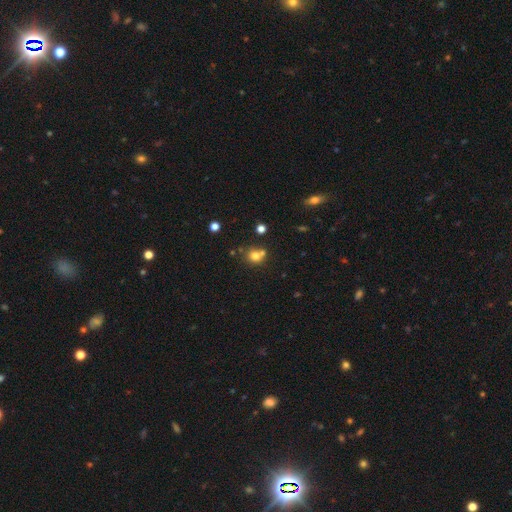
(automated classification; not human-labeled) A smooth galaxy with no disk features (75%) that is round (81%). Merging: none (54%).